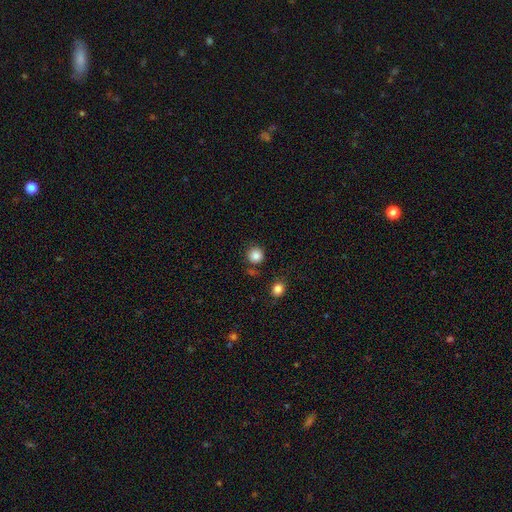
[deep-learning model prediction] Smooth or featured? Predicted: smooth (p=0.85). How rounded? Predicted: round (p=0.93). Merging? Predicted: none (p=0.82).